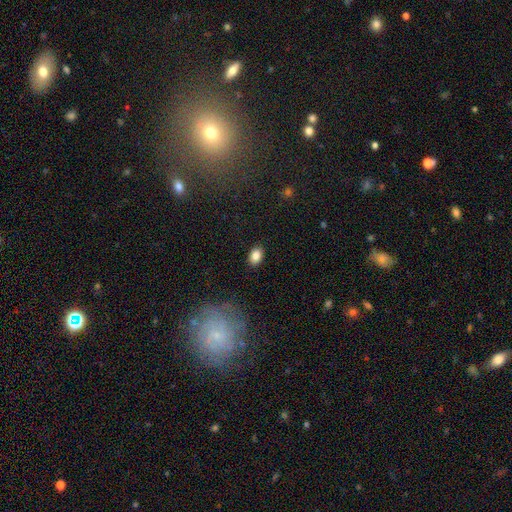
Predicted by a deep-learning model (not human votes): This appears to be a smooth galaxy with no disk features (86%) that is in between round and cigar-shaped (84%). Merging: none (87%).